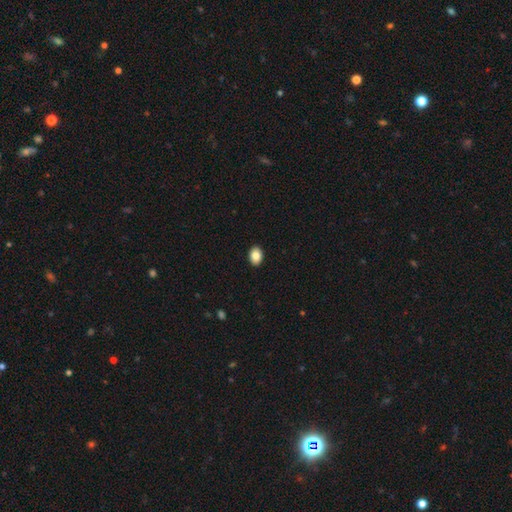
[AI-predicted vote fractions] Smooth or featured: smooth — 86% (star or artifact — 8%)
How rounded: in between — 76% (round — 23%)
Merging: none — 92% (minor disturbance — 6%)